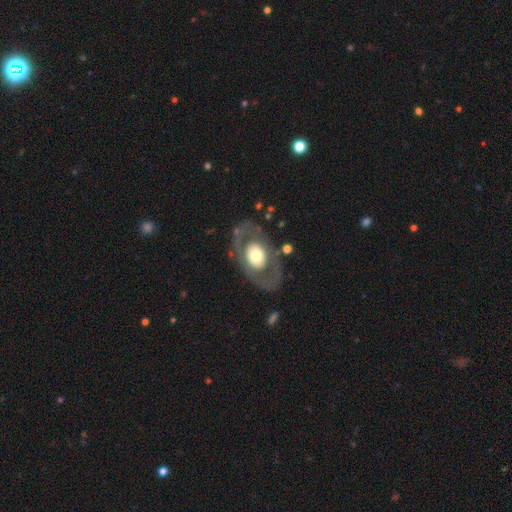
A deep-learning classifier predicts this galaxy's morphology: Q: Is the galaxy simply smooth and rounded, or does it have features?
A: featured or disk — 55%.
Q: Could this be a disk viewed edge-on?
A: no — 90%.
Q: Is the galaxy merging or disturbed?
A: none — 77%.